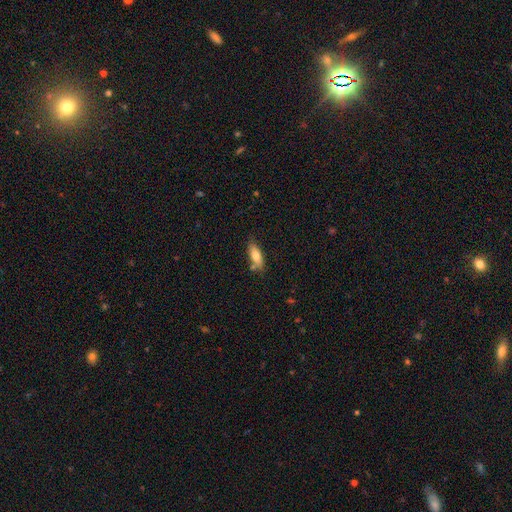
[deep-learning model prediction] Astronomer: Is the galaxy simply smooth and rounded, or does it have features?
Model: smooth — 75%.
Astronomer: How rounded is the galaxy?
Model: in between — 66%.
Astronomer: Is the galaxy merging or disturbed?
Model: none — 70%.